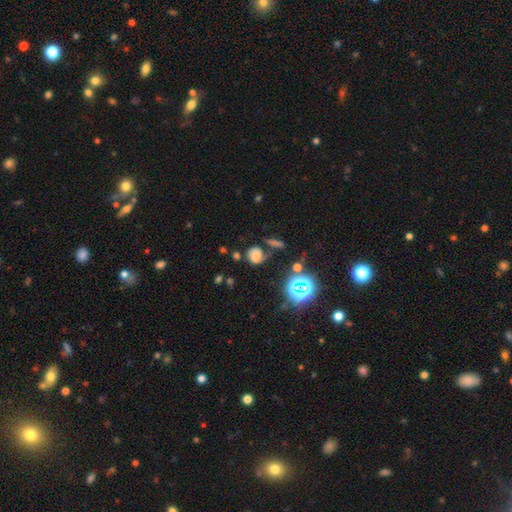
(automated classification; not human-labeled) Morphology: type=smooth (60%); roundness=round (70%); merging=none (52%).